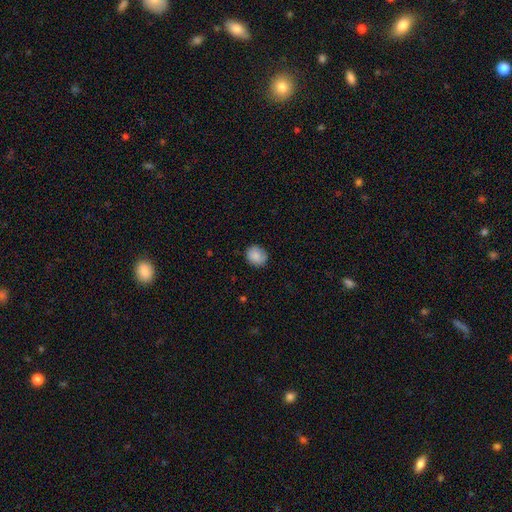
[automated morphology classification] smooth-or-featured: smooth: 87% | star or artifact: 8% | featured or disk: 6%
  how-rounded: round: 69% | in between: 30% | cigar-shaped: 1%
  merging: none: 83% | minor disturbance: 13% | major disturbance: 3% | merger: 1%